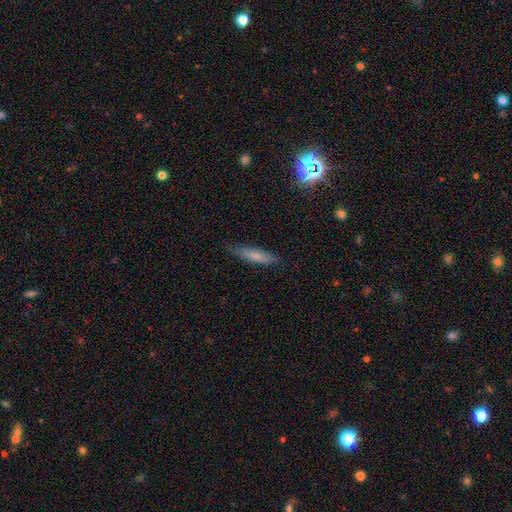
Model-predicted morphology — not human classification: Smooth or featured?
  - smooth: 71% *
  - featured or disk: 21%
  - star or artifact: 9%
How rounded?
  - cigar-shaped: 79% *
  - in between: 19%
  - round: 2%
Merging?
  - none: 81% *
  - minor disturbance: 15%
  - major disturbance: 3%
  - merger: 1%